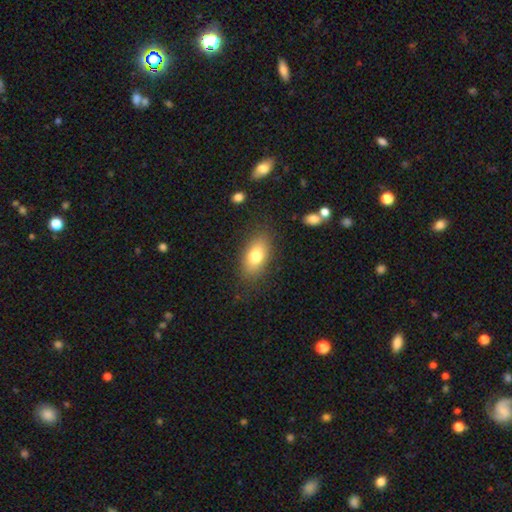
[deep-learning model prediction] Q: Smooth or featured?
A: smooth (77%); runner-up: featured or disk (15%)
Q: How rounded?
A: in between (88%); runner-up: round (7%)
Q: Merging?
A: none (83%); runner-up: minor disturbance (12%)